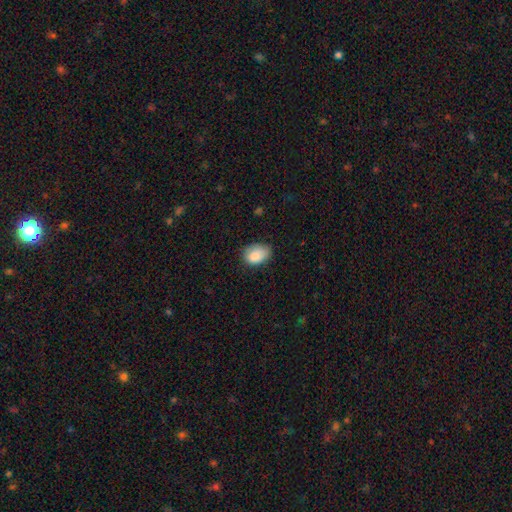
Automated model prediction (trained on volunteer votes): Smooth or featured?
  - smooth: 86% *
  - star or artifact: 7%
  - featured or disk: 6%
How rounded?
  - in between: 81% *
  - round: 18%
  - cigar-shaped: 1%
Merging?
  - none: 63% *
  - minor disturbance: 30%
  - major disturbance: 6%
  - merger: 1%